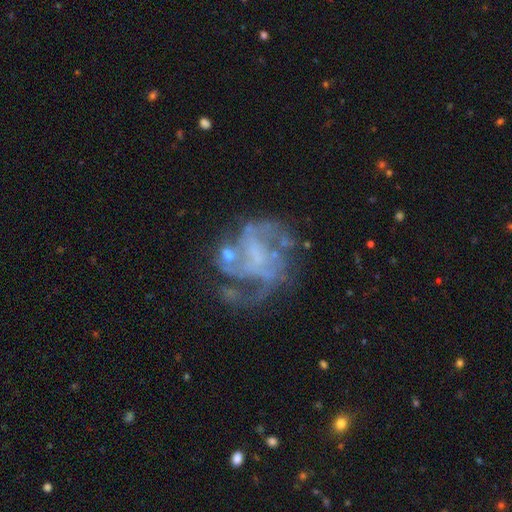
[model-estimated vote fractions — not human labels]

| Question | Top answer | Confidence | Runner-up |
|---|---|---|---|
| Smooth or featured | featured or disk | 78% | star or artifact (11%) |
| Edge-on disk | no | 98% | yes (2%) |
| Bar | no | 58% | weak (32%) |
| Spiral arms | yes | 76% | no (24%) |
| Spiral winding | medium | 43% | loose (31%) |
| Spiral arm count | can't tell | 31% | 2 (24%) |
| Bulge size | none | 55% | small (27%) |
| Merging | none | 47% | major disturbance (29%) |